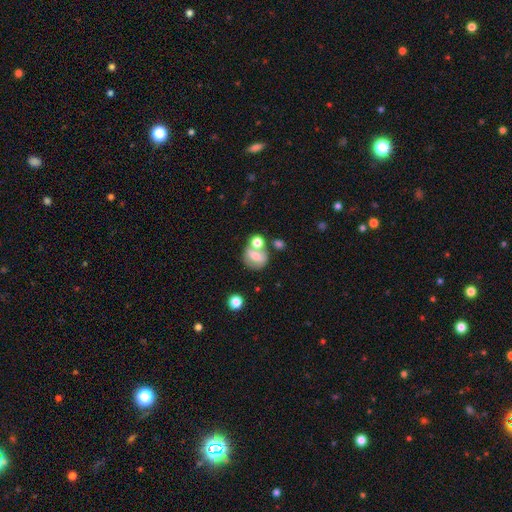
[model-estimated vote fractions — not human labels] smooth 60%, featured or disk 28%, star or artifact 12%. Down the decision tree: how rounded — round (54%); merging — none (42%).